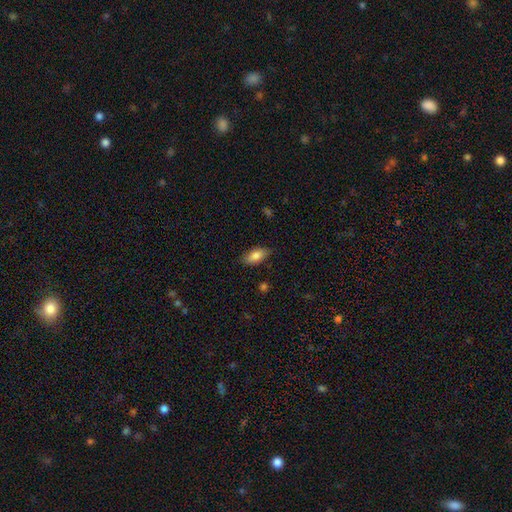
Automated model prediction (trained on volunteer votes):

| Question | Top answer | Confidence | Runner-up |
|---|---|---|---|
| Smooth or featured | smooth | 82% | featured or disk (11%) |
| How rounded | in between | 88% | cigar-shaped (9%) |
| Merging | none | 84% | minor disturbance (12%) |